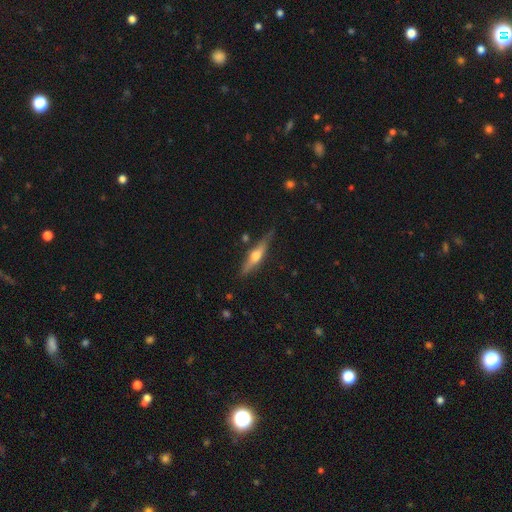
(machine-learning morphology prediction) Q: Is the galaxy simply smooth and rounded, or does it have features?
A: featured or disk — 63%.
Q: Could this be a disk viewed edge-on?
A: yes — 95%.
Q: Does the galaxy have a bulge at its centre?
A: rounded — 93%.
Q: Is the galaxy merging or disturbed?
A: none — 77%.